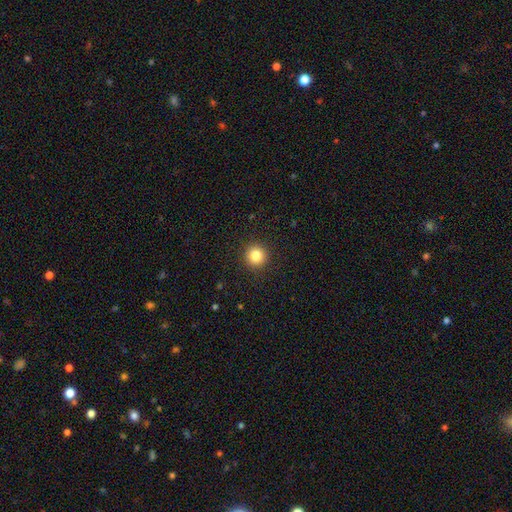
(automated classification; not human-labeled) smooth 82%, star or artifact 12%, featured or disk 6%. Down the decision tree: how rounded — round (95%); merging — none (93%).